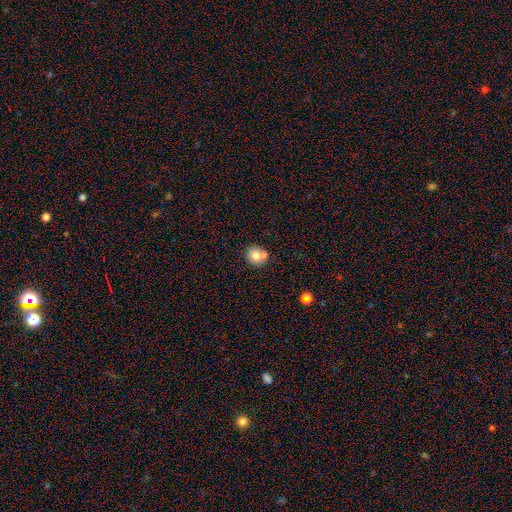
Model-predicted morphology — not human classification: Smooth or featured? Predicted: smooth (p=0.75). How rounded? Predicted: round (p=0.81). Merging? Predicted: none (p=0.58).